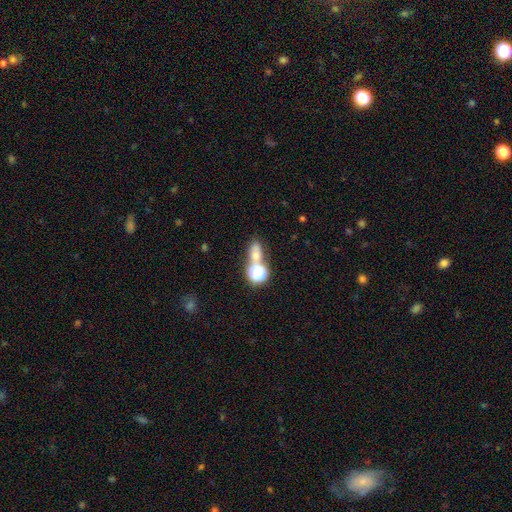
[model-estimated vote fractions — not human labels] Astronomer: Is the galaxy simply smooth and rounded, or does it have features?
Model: smooth — 60%.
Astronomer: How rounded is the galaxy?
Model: in between — 55% (runner-up: round, 41%).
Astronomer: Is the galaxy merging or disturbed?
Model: none — 49% (runner-up: merger, 34%).